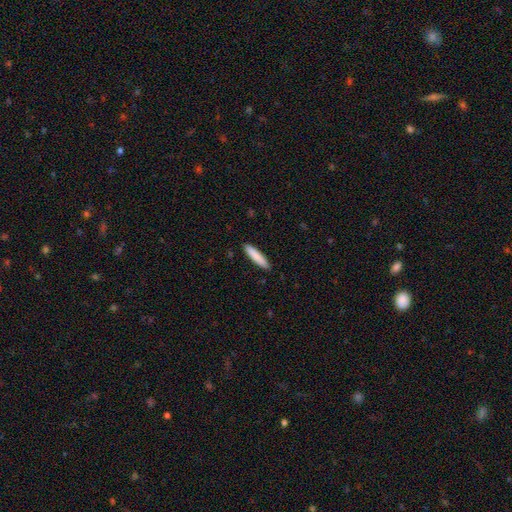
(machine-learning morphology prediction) smooth_or_featured: smooth (p=0.86) [alt: featured or disk p=0.09]
how_rounded: cigar-shaped (p=0.85) [alt: in between p=0.14]
merging: none (p=0.90) [alt: minor disturbance p=0.07]